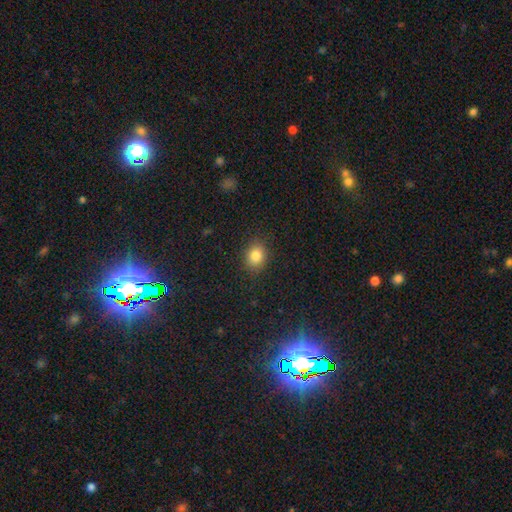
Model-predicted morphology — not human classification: This is clearly a smooth galaxy (83%). How rounded: possibly round (51%). Merging: clearly none (87%).